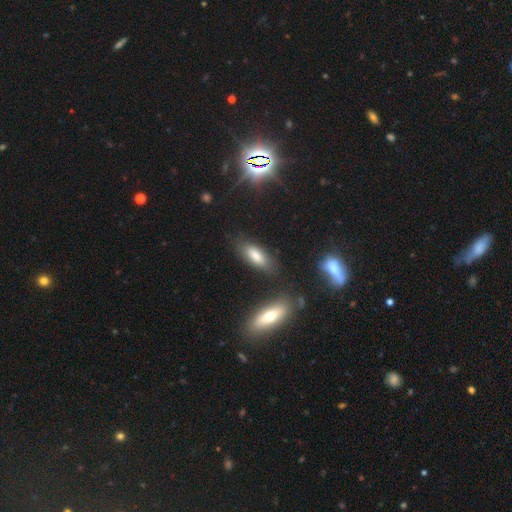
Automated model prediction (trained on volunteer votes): This appears to be a smooth galaxy with no disk features (79%) that is in between round and cigar-shaped (75%). Merging: none (75%).